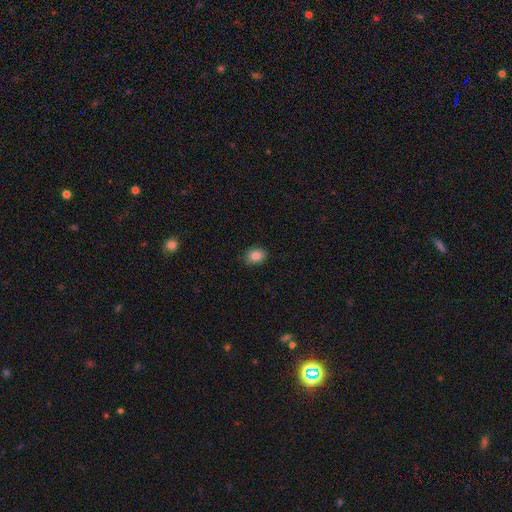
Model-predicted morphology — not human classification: This appears to be a smooth galaxy with no disk features (85%) that is in between round and cigar-shaped (63%). Merging: none (84%).